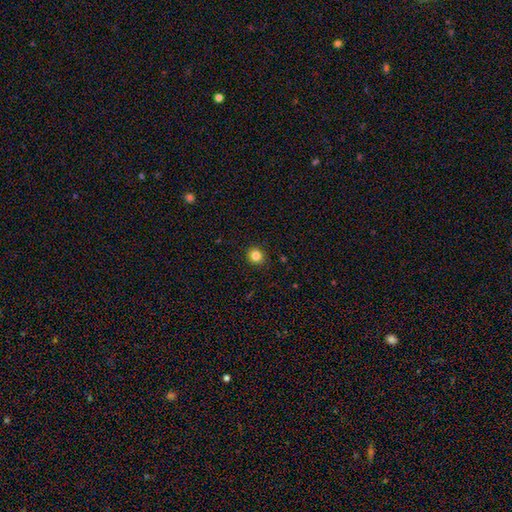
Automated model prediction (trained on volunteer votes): Q: Smooth or featured?
A: smooth (84%); runner-up: star or artifact (12%)
Q: How rounded?
A: round (88%); runner-up: in between (11%)
Q: Merging?
A: none (91%); runner-up: minor disturbance (6%)